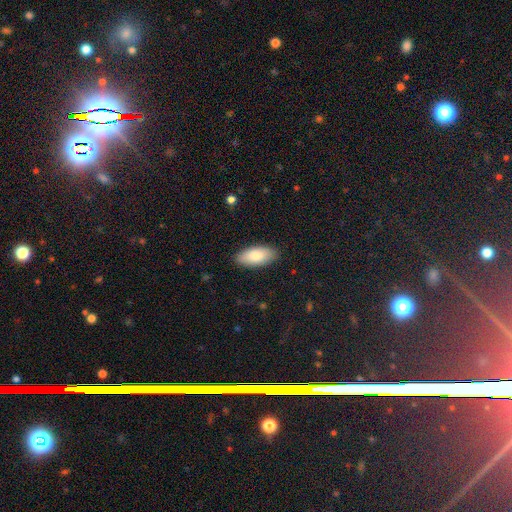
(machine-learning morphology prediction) The model was most divided on "smooth or featured": smooth: 85%, featured or disk: 9%, star or artifact: 6%. More confident: how rounded — in between (90%); merging — none (87%).